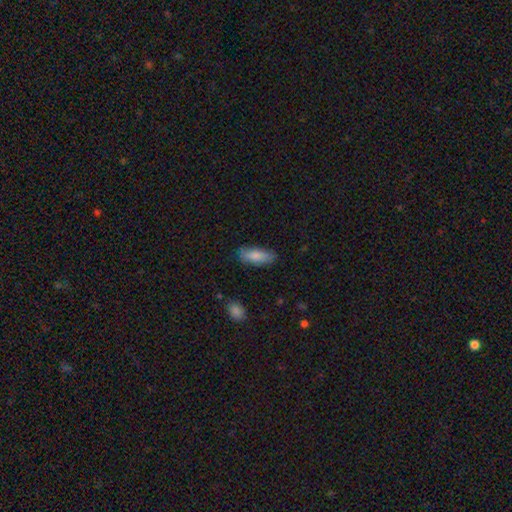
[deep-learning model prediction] This is clearly a smooth galaxy (83%). How rounded: likely in between (73%). Merging: likely none (79%).